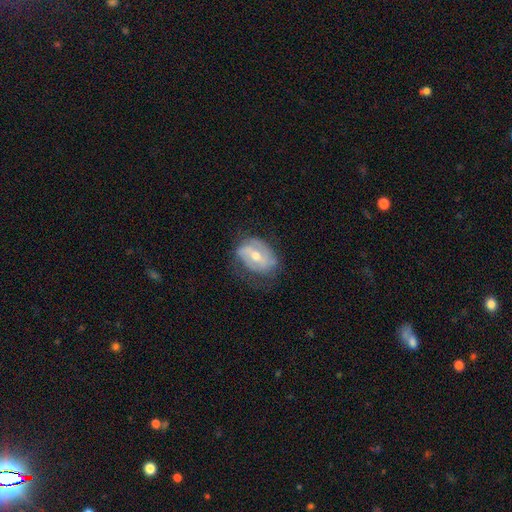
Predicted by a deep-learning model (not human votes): Smooth or featured? Predicted: featured or disk (p=0.71). Edge-on disk? Predicted: no (p=0.96). Bar? Predicted: weak (p=0.43). Spiral arms? Predicted: yes (p=0.77). Spiral winding? Predicted: medium (p=0.39). Spiral arm count? Predicted: 2 (p=0.57). Bulge size? Predicted: moderate (p=0.63). Merging? Predicted: none (p=0.60).